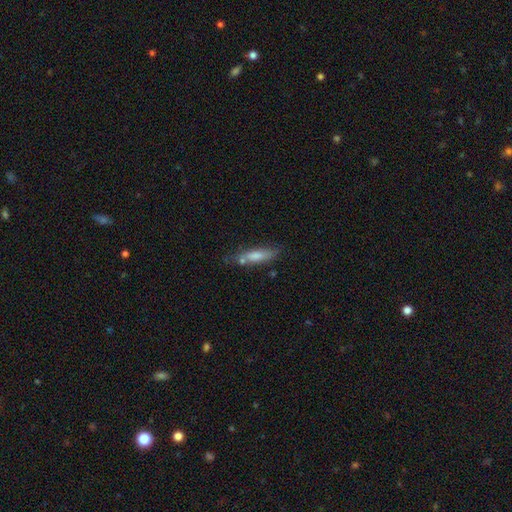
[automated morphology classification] A smooth galaxy with no disk features (65%) that is cigar-shaped (72%). Merging: none (63%).